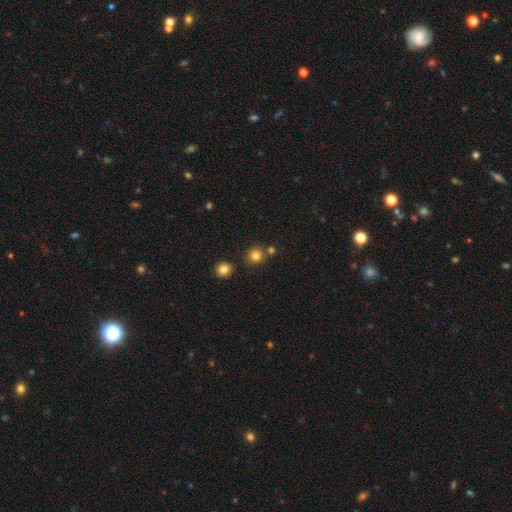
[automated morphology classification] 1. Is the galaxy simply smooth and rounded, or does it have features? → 82% smooth, 13% star or artifact, 5% featured or disk.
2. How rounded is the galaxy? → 93% round, 6% in between, 1% cigar-shaped.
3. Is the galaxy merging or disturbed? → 80% none, 11% merger, 7% minor disturbance, 2% major disturbance.